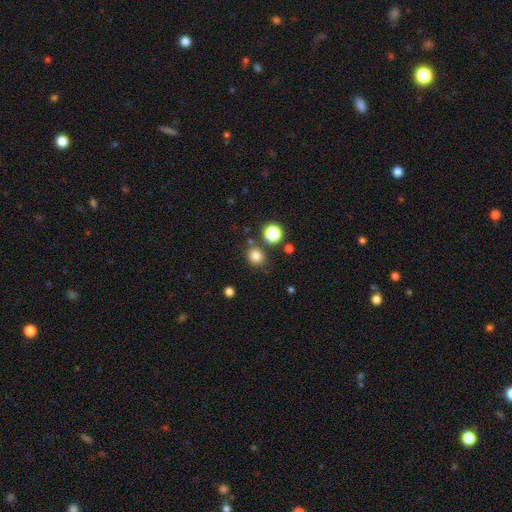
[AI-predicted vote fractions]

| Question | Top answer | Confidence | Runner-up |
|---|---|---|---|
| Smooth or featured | smooth | 80% | star or artifact (15%) |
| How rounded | round | 84% | in between (15%) |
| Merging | none | 80% | minor disturbance (10%) |